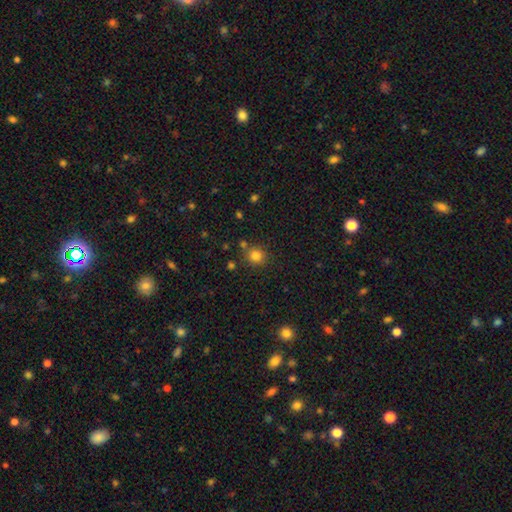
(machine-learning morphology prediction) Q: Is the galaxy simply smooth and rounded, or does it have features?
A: smooth — 81%.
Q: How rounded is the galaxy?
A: round — 87%.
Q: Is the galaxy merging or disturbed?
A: none — 77%.